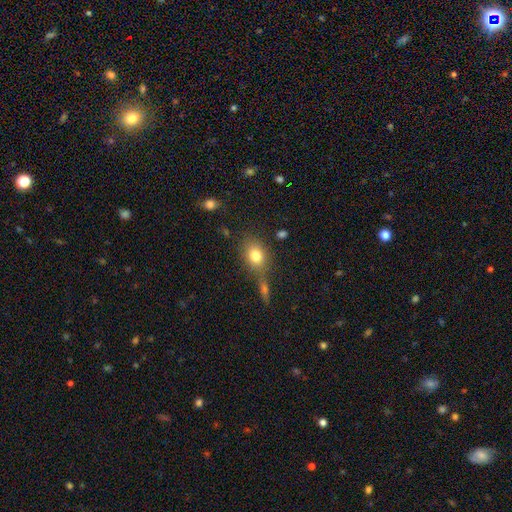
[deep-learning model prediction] smooth_or_featured: smooth (p=0.79) [alt: featured or disk p=0.11]
how_rounded: in between (p=0.56) [alt: round p=0.42]
merging: none (p=0.66) [alt: merger p=0.15]